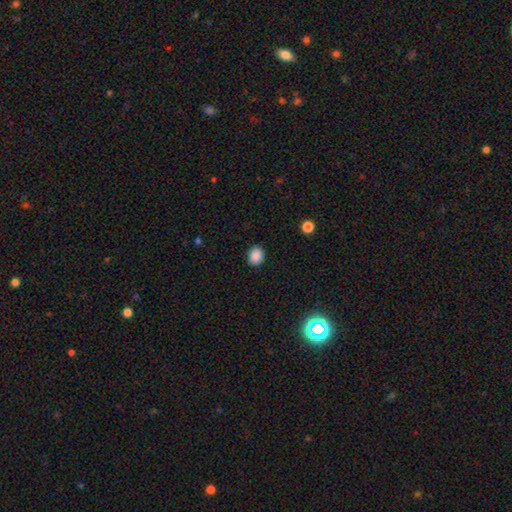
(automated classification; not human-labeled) This appears to be a smooth galaxy with no disk features (88%) that is round (57%). Merging: none (90%).